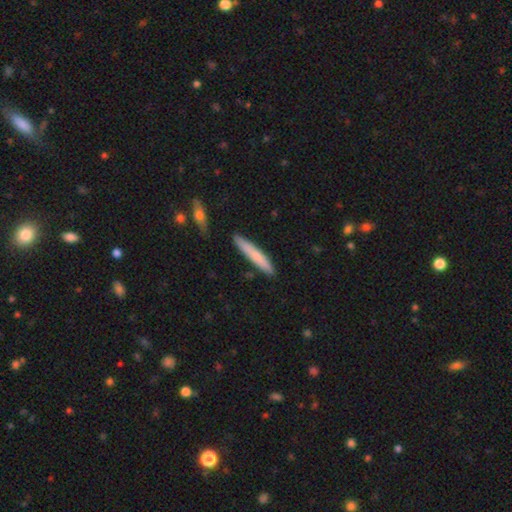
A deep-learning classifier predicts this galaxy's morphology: This is likely a smooth galaxy (70%). How rounded: clearly cigar-shaped (92%). Merging: clearly none (85%).